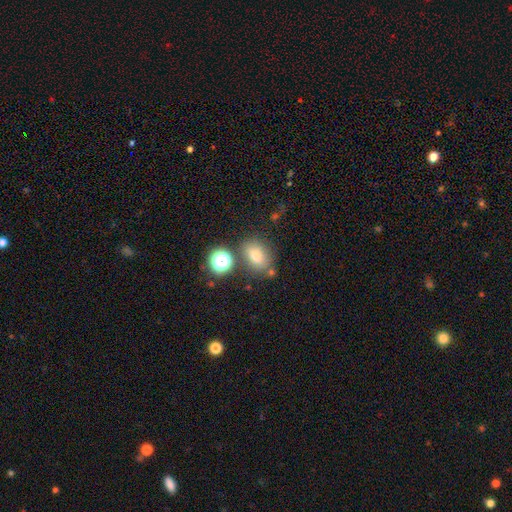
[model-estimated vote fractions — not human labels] This is likely a smooth galaxy (72%). How rounded: likely in between (63%). Merging: likely none (72%).